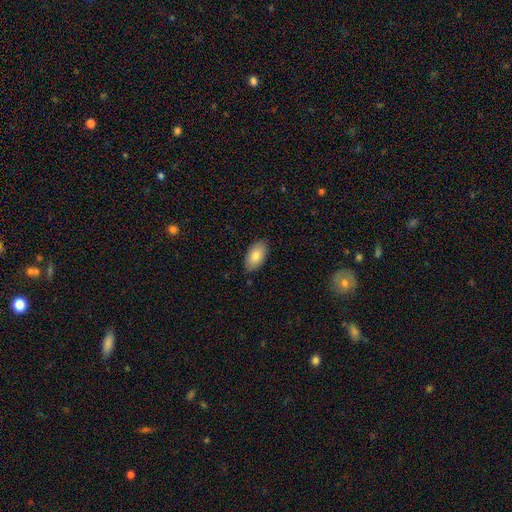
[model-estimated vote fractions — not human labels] This is clearly a smooth galaxy (81%). How rounded: clearly in between (95%). Merging: clearly none (85%).